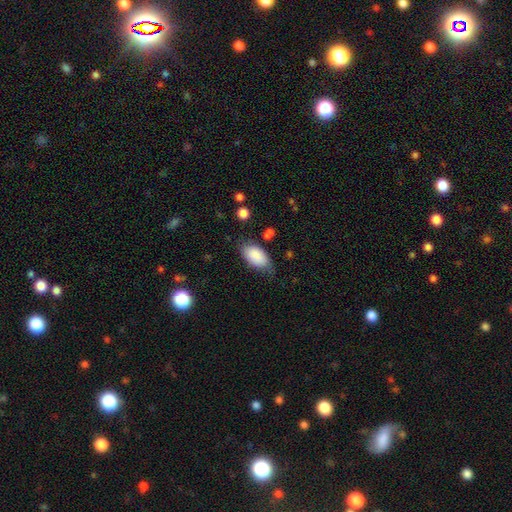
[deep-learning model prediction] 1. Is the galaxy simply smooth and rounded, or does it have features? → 87% smooth, 7% featured or disk, 6% star or artifact.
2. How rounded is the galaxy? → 94% in between, 4% round, 3% cigar-shaped.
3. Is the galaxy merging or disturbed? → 63% none, 26% minor disturbance, 7% major disturbance, 3% merger.